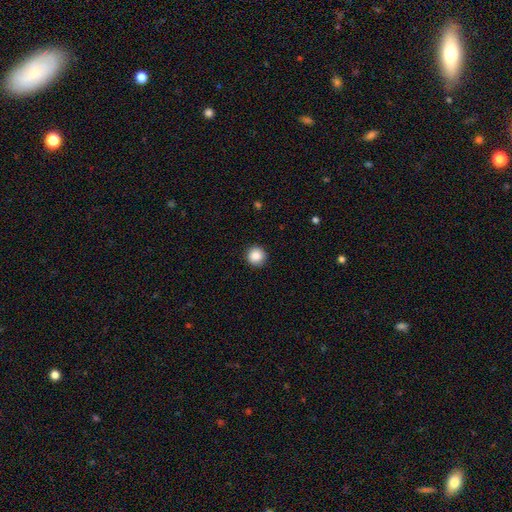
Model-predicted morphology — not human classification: Smooth or featured?
  - smooth: 88% *
  - star or artifact: 9%
  - featured or disk: 4%
How rounded?
  - round: 95% *
  - in between: 4%
  - cigar-shaped: 1%
Merging?
  - none: 91% *
  - minor disturbance: 6%
  - major disturbance: 2%
  - merger: 1%